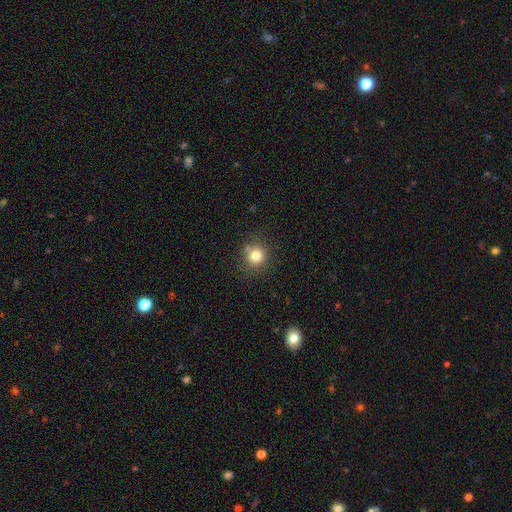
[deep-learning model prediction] A smooth galaxy with no disk features (80%) that is round (91%). Merging: none (80%).